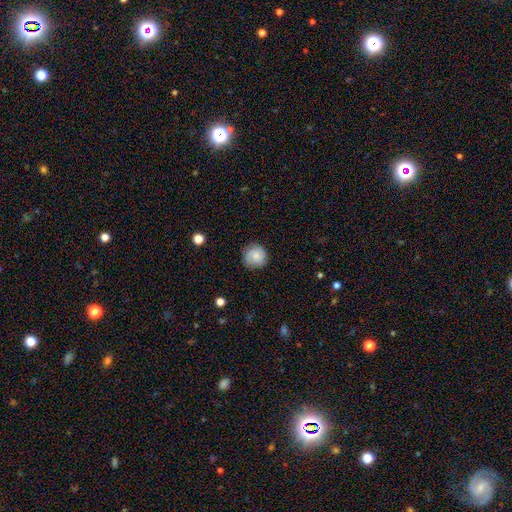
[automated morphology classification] A smooth galaxy with no disk features (74%) that is round (92%).

Vote fractions:
- Smooth or featured? smooth: 74% / featured or disk: 19% / star or artifact: 8%
- How rounded? round: 92% / in between: 7% / cigar-shaped: 1%
- Merging? none: 81% / minor disturbance: 14% / major disturbance: 3% / merger: 1%